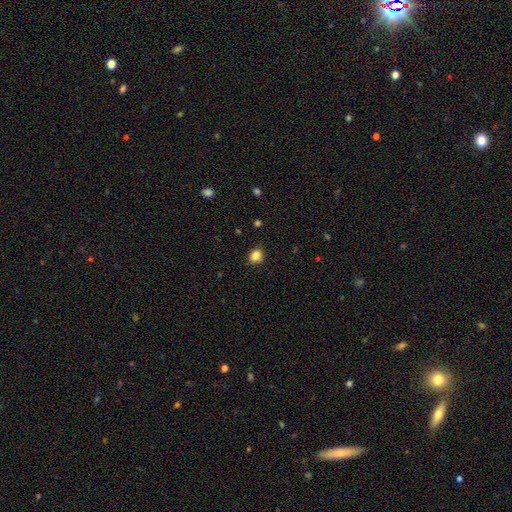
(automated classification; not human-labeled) This is clearly a smooth galaxy (84%). How rounded: likely round (69%). Merging: clearly none (88%).